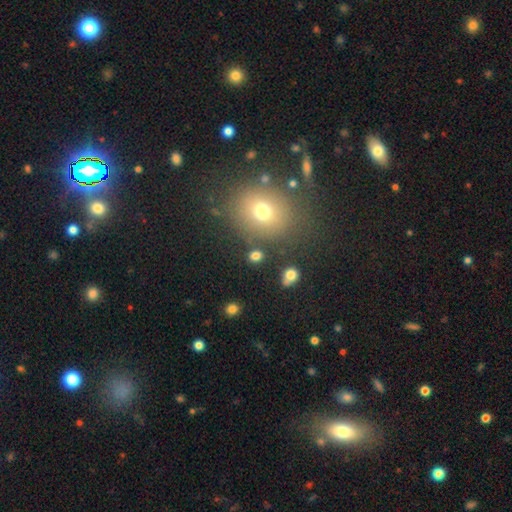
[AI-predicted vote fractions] smooth 76%, star or artifact 17%, featured or disk 7%. Down the decision tree: how rounded — round (66%); merging — none (79%).